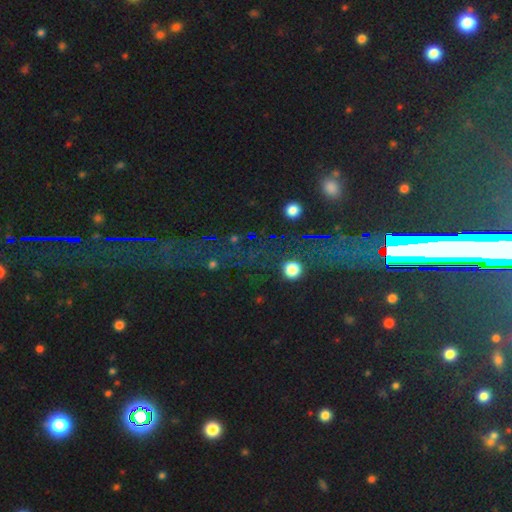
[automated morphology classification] The model was most divided on "smooth or featured": star or artifact: 70%, smooth: 16%, featured or disk: 14%.